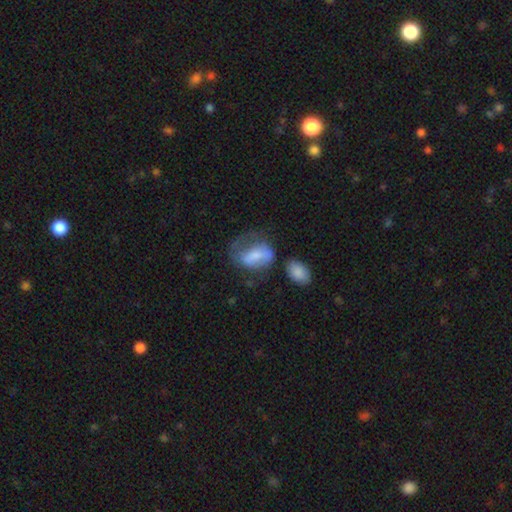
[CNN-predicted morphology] smooth_or_featured: smooth (p=0.56) [alt: featured or disk p=0.35]
how_rounded: in between (p=0.76) [alt: round p=0.21]
merging: major disturbance (p=0.39) [alt: none p=0.28]